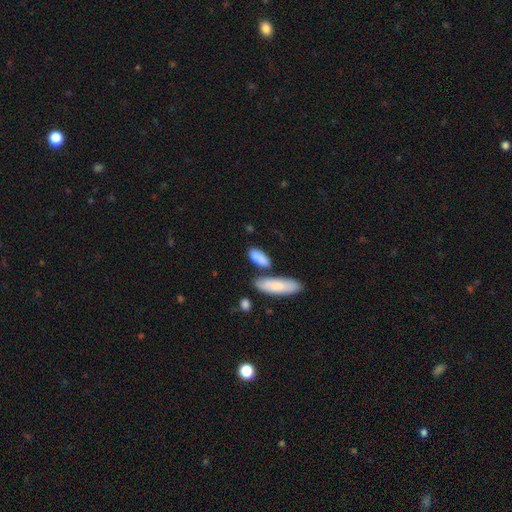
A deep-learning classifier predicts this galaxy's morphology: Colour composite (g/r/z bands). It shows a smooth galaxy with no disk features (82%) that is in between round and cigar-shaped (73%). Merging: none (59%).